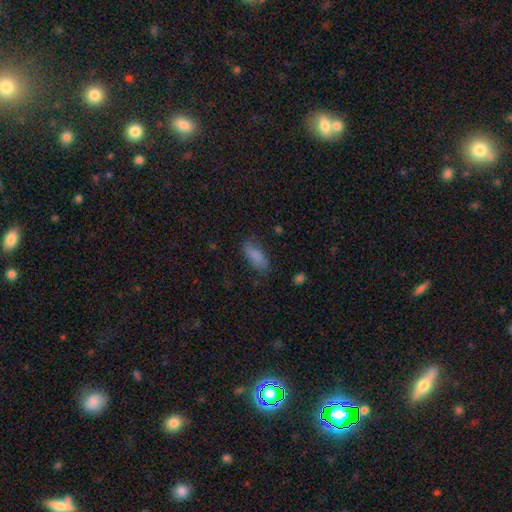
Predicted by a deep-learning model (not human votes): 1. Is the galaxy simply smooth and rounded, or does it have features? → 82% smooth, 10% featured or disk, 8% star or artifact.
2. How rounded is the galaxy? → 82% in between, 15% cigar-shaped, 2% round.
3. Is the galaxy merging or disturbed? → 71% none, 21% minor disturbance, 7% major disturbance, 2% merger.